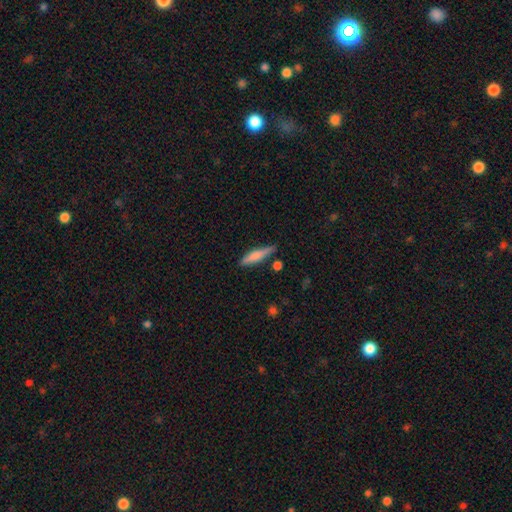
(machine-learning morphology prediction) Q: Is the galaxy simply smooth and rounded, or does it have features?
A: smooth — 67%.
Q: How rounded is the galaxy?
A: cigar-shaped — 83%.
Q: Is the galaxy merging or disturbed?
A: none — 75%.